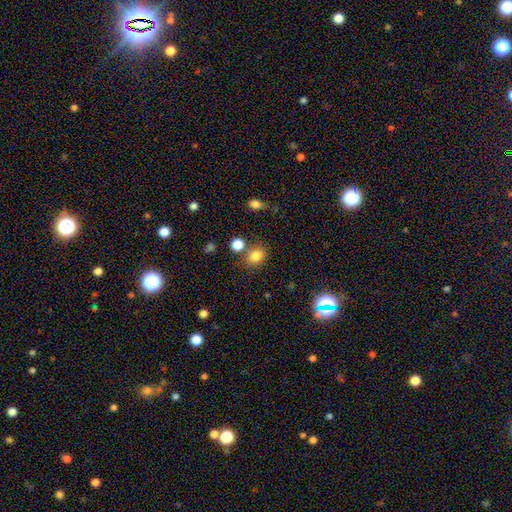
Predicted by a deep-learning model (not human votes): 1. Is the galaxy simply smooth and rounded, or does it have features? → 80% smooth, 13% star or artifact, 6% featured or disk.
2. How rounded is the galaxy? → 58% round, 41% in between, 1% cigar-shaped.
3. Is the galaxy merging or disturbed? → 69% none, 13% merger, 13% minor disturbance, 5% major disturbance.